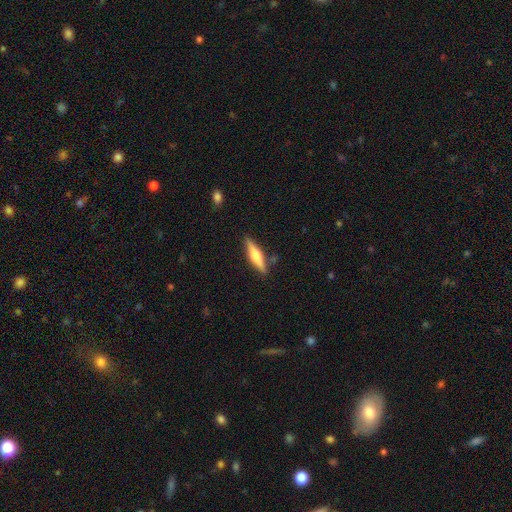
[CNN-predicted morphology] smooth_or_featured: featured or disk (p=0.49) [alt: smooth p=0.45]
merging: none (p=0.86) [alt: minor disturbance p=0.10]